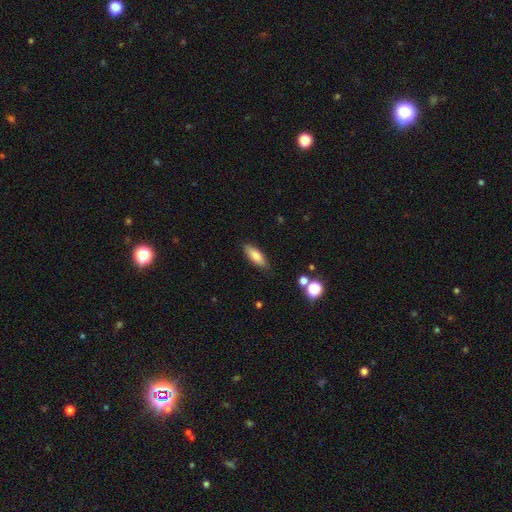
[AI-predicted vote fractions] This is likely a smooth galaxy (80%). How rounded: likely in between (67%). Merging: clearly none (84%).